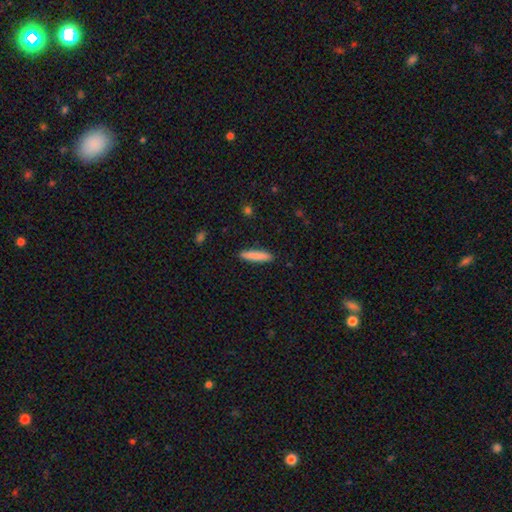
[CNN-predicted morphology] Overall: smooth (85%). How rounded: cigar-shaped (88%). Merging: none (91%).